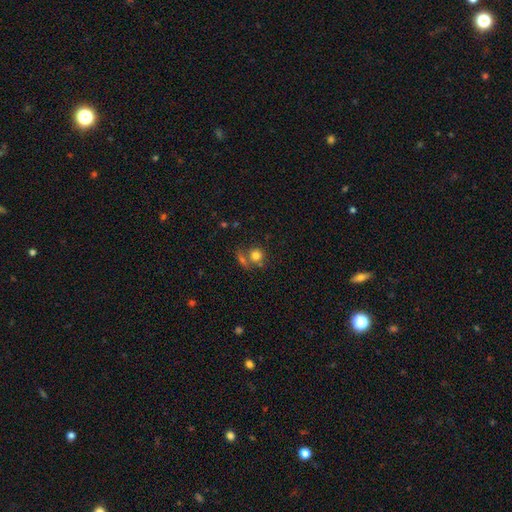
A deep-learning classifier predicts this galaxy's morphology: smooth-or-featured: smooth: 77% | star or artifact: 12% | featured or disk: 11%
  how-rounded: round: 83% | in between: 16% | cigar-shaped: 1%
  merging: none: 48% | merger: 34% | minor disturbance: 11% | major disturbance: 6%